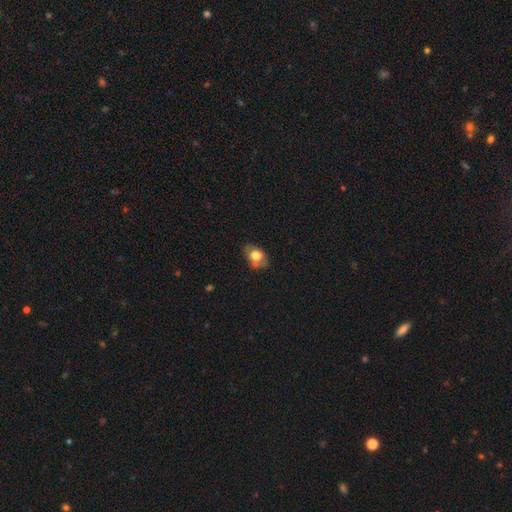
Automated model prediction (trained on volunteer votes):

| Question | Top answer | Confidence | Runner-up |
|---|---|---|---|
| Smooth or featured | smooth | 68% | featured or disk (24%) |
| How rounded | in between | 83% | round (16%) |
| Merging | none | 65% | minor disturbance (25%) |